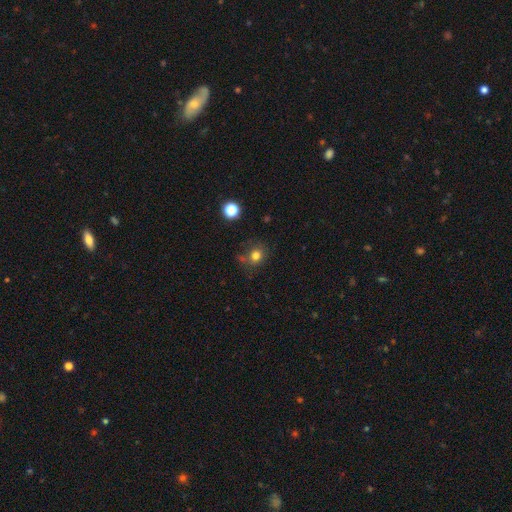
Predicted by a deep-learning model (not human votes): Smooth or featured? smooth (77%)
How rounded? round (78%)
Merging? none (67%)